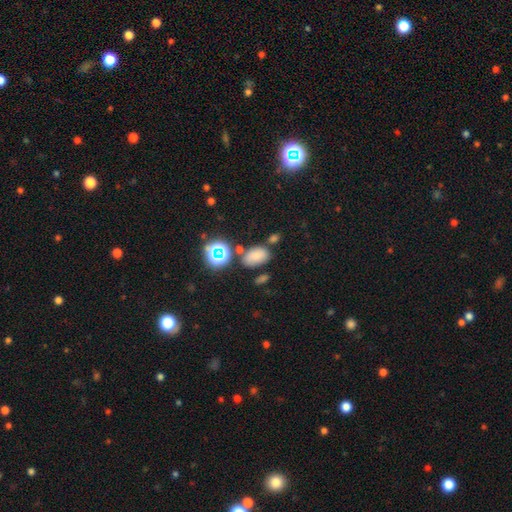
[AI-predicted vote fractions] smooth 74%, star or artifact 19%, featured or disk 7%. Down the decision tree: how rounded — in between (87%); merging — none (70%).